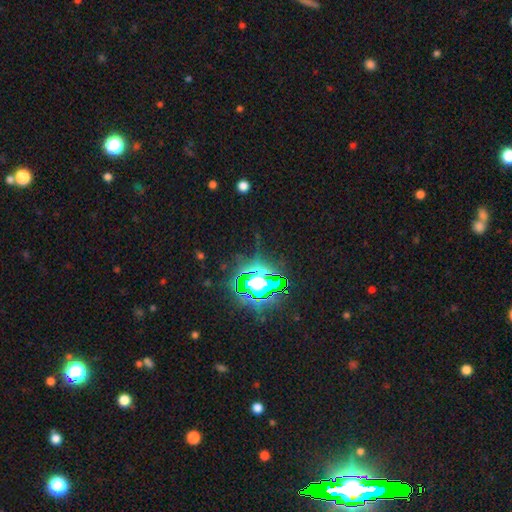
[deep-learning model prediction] Smooth or featured? star or artifact (84%)